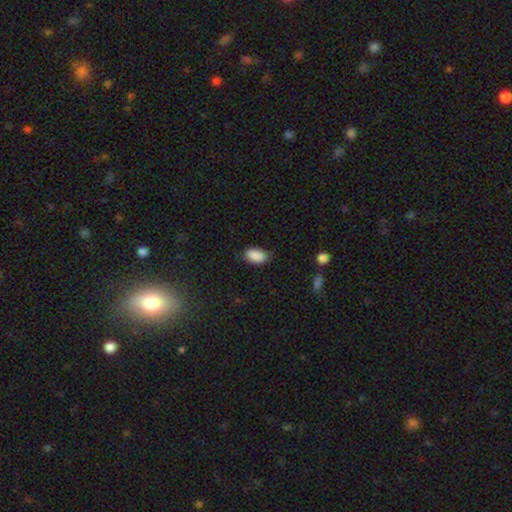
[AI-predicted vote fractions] Morphology: type=smooth (89%); roundness=in between (92%); merging=none (77%).